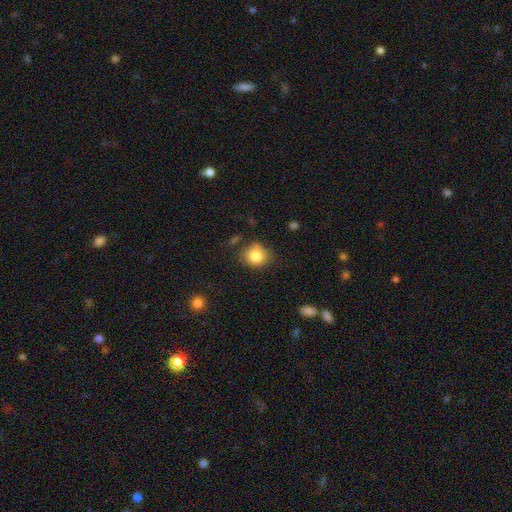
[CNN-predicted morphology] smooth_or_featured: smooth (p=0.83) [alt: star or artifact p=0.10]
how_rounded: round (p=0.82) [alt: in between p=0.17]
merging: none (p=0.72) [alt: minor disturbance p=0.19]